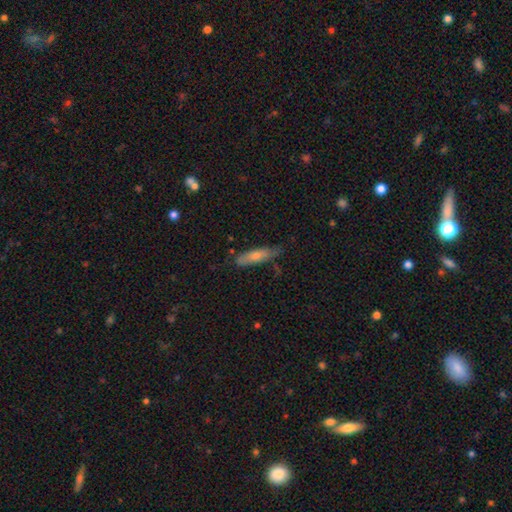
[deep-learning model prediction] smooth 55%, featured or disk 37%, star or artifact 7%. Down the decision tree: how rounded — cigar-shaped (78%); merging — none (74%).